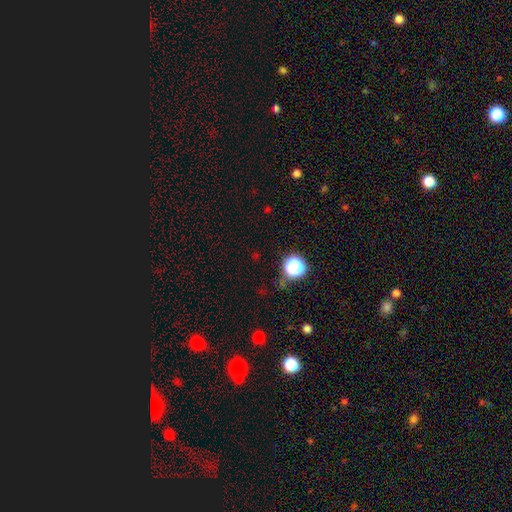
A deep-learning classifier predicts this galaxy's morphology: Q: Smooth or featured?
A: star or artifact (51%); runner-up: smooth (42%)